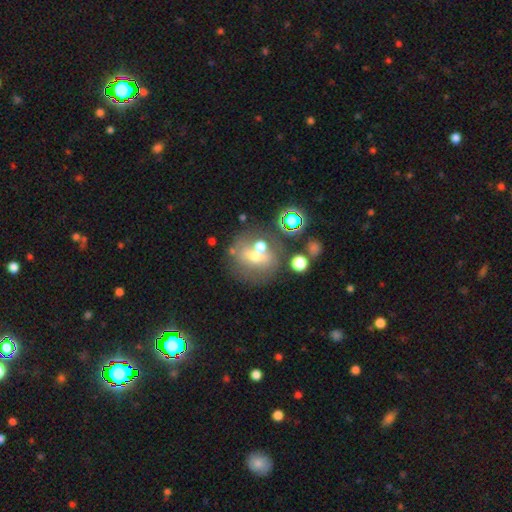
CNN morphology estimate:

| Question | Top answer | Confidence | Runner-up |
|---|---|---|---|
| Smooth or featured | smooth | 44% | featured or disk (35%) |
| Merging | none | 55% | merger (25%) |